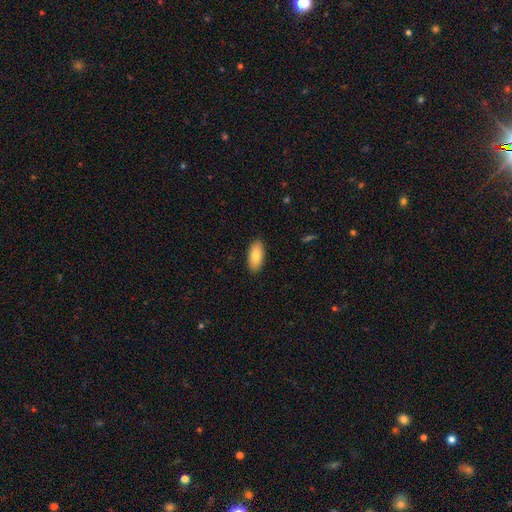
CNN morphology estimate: type=smooth (81%); roundness=in between (90%); merging=none (89%).